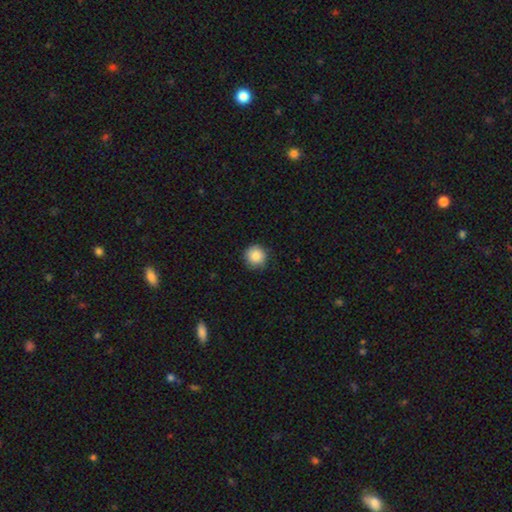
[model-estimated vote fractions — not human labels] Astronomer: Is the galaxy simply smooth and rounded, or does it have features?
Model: smooth — 86%.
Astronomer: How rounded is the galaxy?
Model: round — 94%.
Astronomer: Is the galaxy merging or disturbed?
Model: none — 87%.